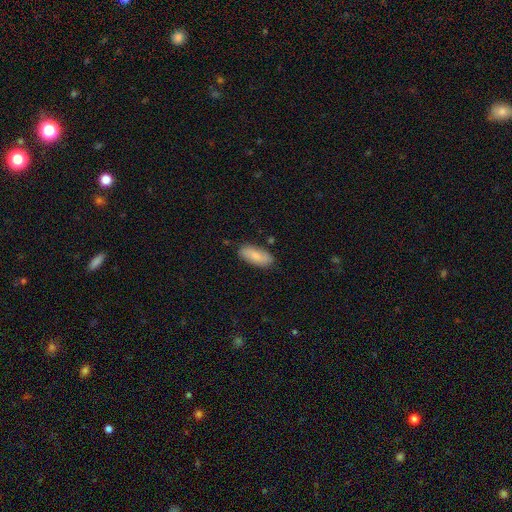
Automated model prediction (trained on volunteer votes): Smooth or featured? Predicted: smooth (p=0.79). How rounded? Predicted: in between (p=0.83). Merging? Predicted: none (p=0.81).